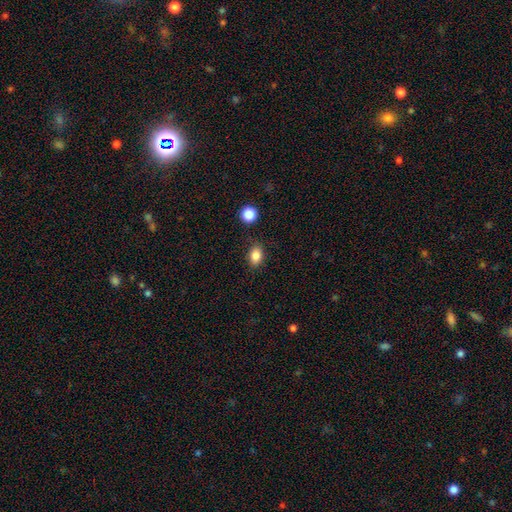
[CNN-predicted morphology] Overall: smooth (84%). How rounded: in between (75%). Merging: none (83%).